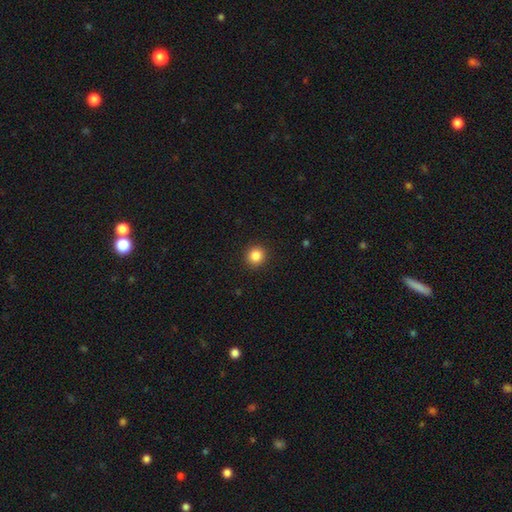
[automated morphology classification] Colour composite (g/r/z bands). It shows a smooth galaxy with no disk features (85%) that is round (92%). Merging: none (92%).